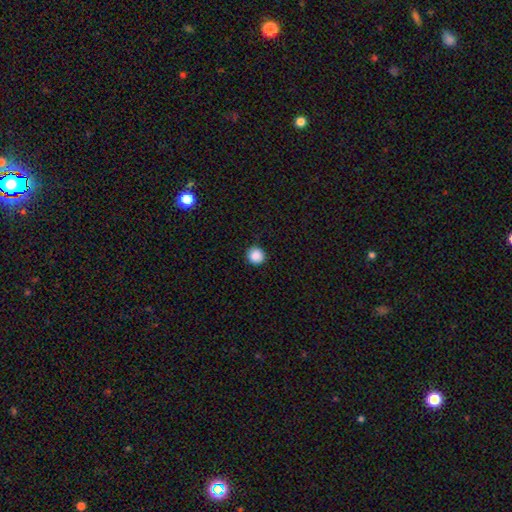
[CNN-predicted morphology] Smooth or featured: smooth — 88% (star or artifact — 9%)
How rounded: round — 94% (in between — 5%)
Merging: none — 91% (minor disturbance — 6%)